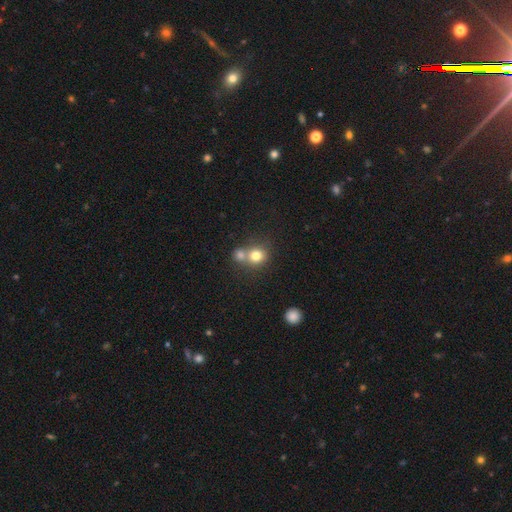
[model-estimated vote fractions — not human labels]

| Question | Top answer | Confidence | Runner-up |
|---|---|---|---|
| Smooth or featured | smooth | 77% | star or artifact (12%) |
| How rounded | round | 83% | in between (16%) |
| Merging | merger | 46% | none (44%) |